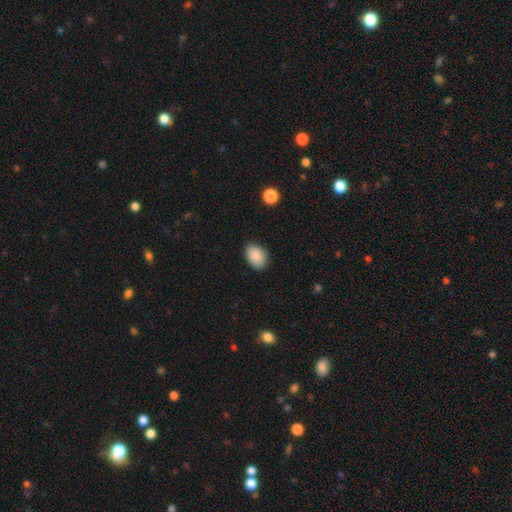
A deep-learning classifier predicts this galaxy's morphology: A smooth galaxy with no disk features (87%) that is in between round and cigar-shaped (83%).

Vote fractions:
- Smooth or featured? smooth: 87% / star or artifact: 7% / featured or disk: 5%
- How rounded? in between: 83% / round: 16% / cigar-shaped: 1%
- Merging? none: 83% / minor disturbance: 13% / major disturbance: 2% / merger: 1%